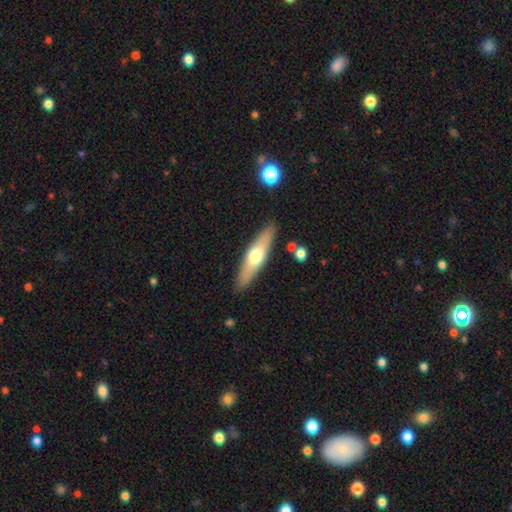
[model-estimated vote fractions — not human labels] smooth 50%, featured or disk 45%, star or artifact 5%. Down the decision tree: how rounded — cigar-shaped (75%); merging — none (88%).